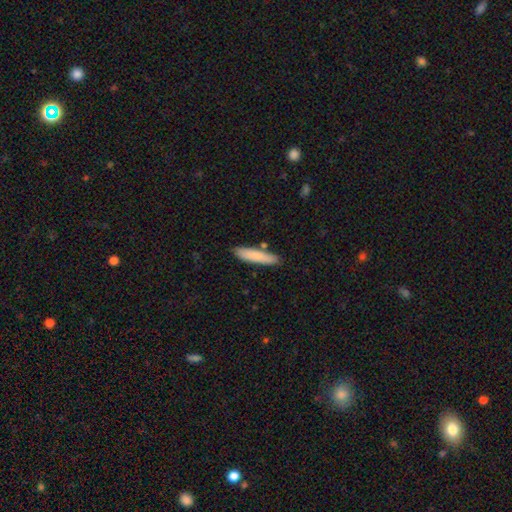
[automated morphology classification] This is clearly a smooth galaxy (82%). How rounded: clearly cigar-shaped (82%). Merging: clearly none (84%).